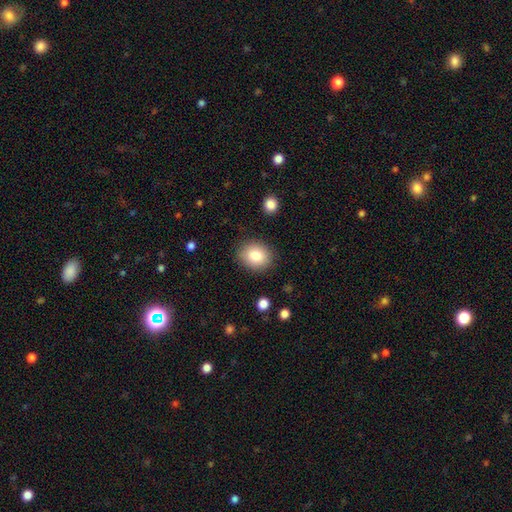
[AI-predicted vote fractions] Smooth or featured? Predicted: smooth (p=0.82). How rounded? Predicted: round (p=0.60). Merging? Predicted: none (p=0.86).